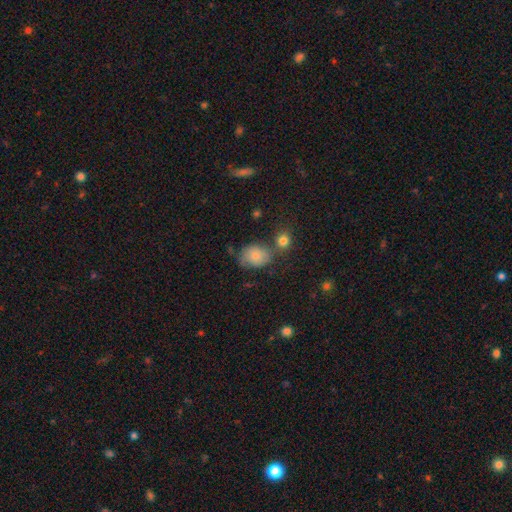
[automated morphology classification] Overall: smooth (77%). How rounded: round (50%; in between 48%). Merging: none (53%; minor disturbance 24%).